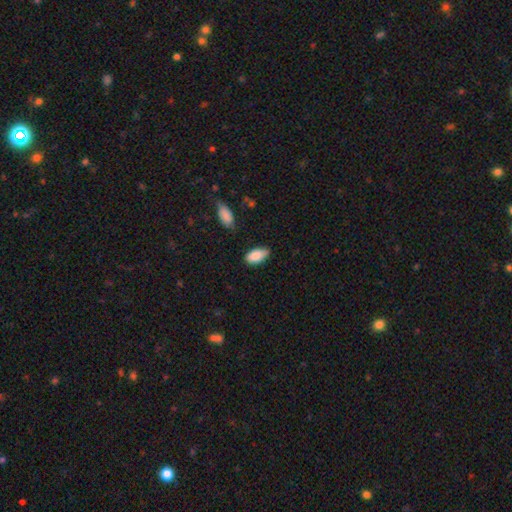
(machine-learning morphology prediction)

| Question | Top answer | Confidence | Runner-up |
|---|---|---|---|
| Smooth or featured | smooth | 87% | star or artifact (7%) |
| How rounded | in between | 94% | cigar-shaped (3%) |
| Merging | none | 60% | minor disturbance (32%) |